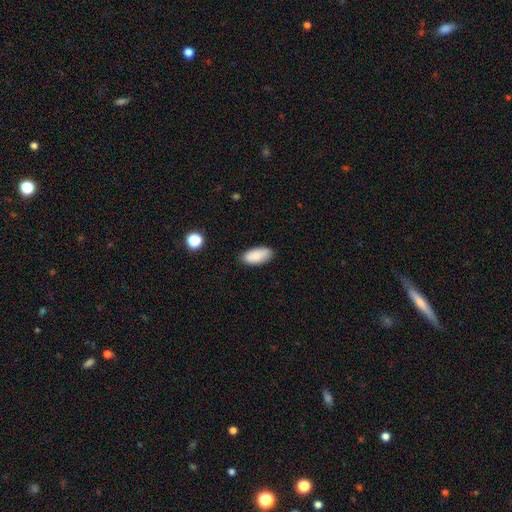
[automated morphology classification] smooth-or-featured: smooth: 87% | star or artifact: 7% | featured or disk: 6%
  how-rounded: in between: 91% | cigar-shaped: 7% | round: 2%
  merging: none: 83% | minor disturbance: 13% | major disturbance: 2% | merger: 1%